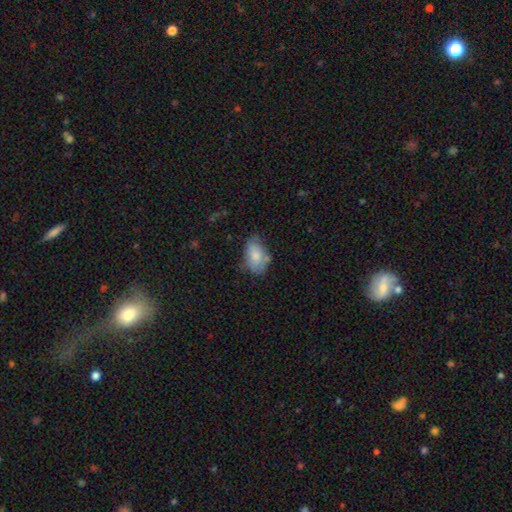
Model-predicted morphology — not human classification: Smooth or featured? smooth (75%)
How rounded? in between (91%)
Merging? none (51%)